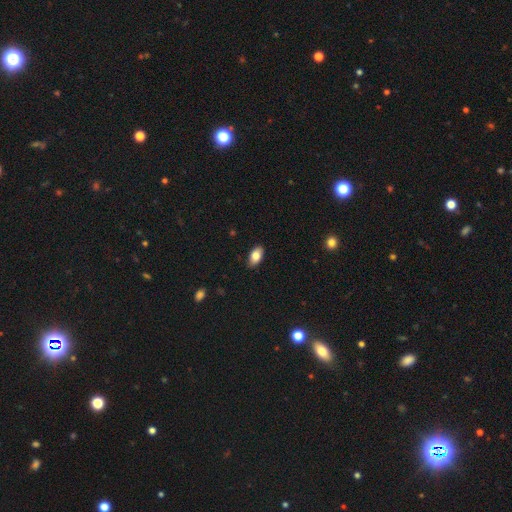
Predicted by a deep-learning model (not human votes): This is clearly a smooth galaxy (83%). How rounded: clearly in between (93%). Merging: clearly none (86%).